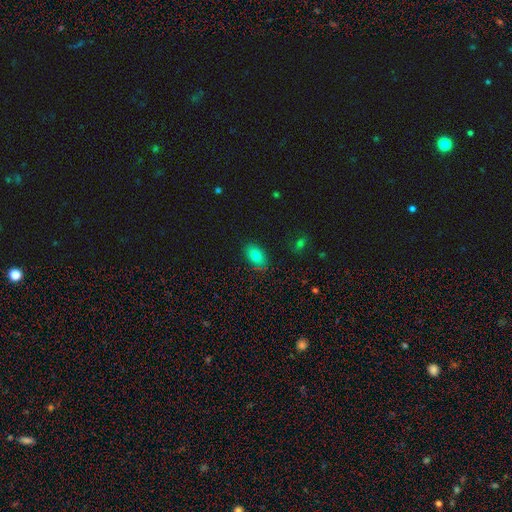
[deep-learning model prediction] This is likely a smooth galaxy (78%). How rounded: clearly in between (87%). Merging: clearly none (83%).